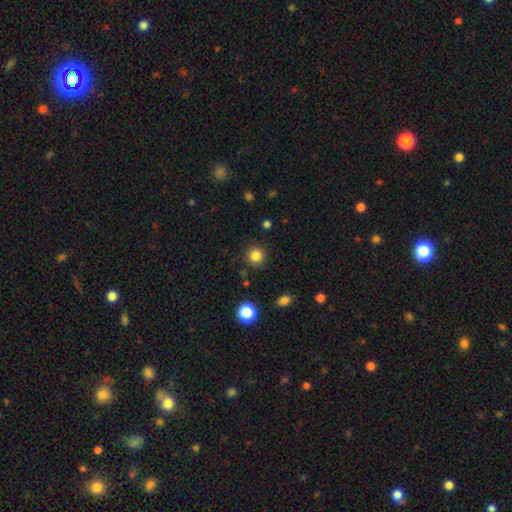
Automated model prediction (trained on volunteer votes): Smooth or featured? Predicted: smooth (p=0.84). How rounded? Predicted: round (p=0.94). Merging? Predicted: none (p=0.90).